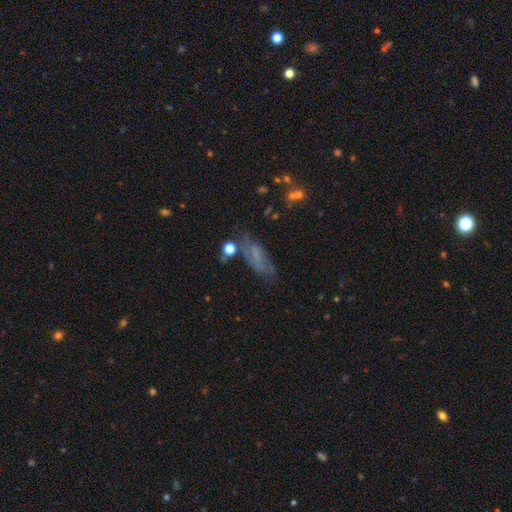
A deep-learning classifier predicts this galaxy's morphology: Smooth or featured: smooth — 46% (featured or disk — 36%)
Merging: none — 50% (minor disturbance — 25%)